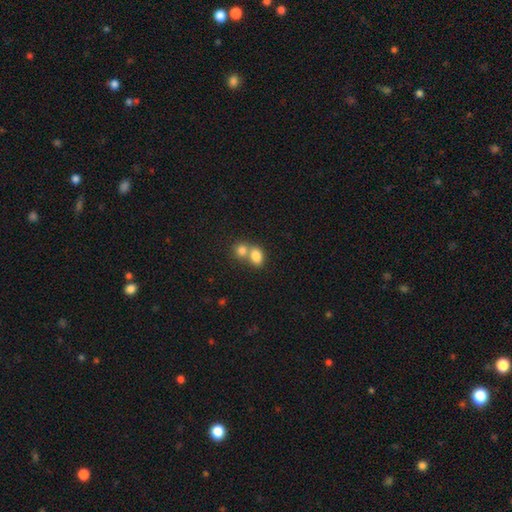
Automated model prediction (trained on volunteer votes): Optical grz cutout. It shows a smooth galaxy with no disk features (82%) that is in between round and cigar-shaped (66%). Merging: merger (60%).